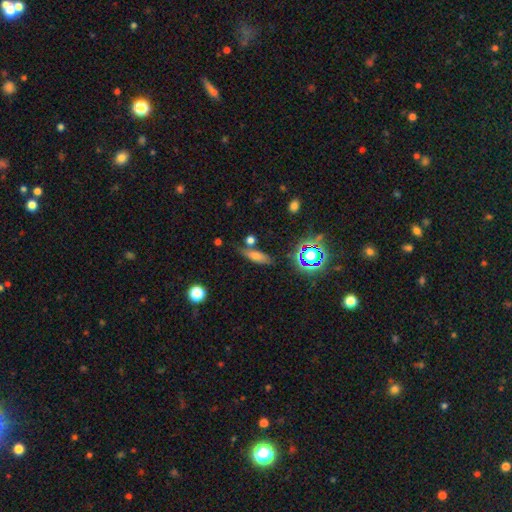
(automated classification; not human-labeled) Smooth or featured? smooth (60%)
How rounded? in between (50%)
Merging? none (67%)